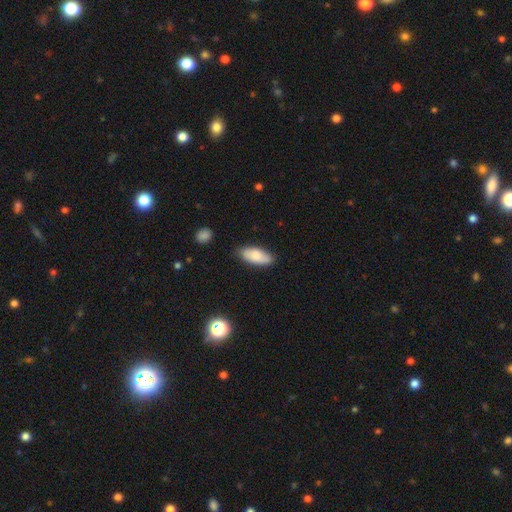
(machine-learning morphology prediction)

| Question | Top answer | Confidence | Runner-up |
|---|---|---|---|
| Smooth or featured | smooth | 81% | featured or disk (13%) |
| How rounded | in between | 84% | cigar-shaped (13%) |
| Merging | none | 79% | minor disturbance (16%) |